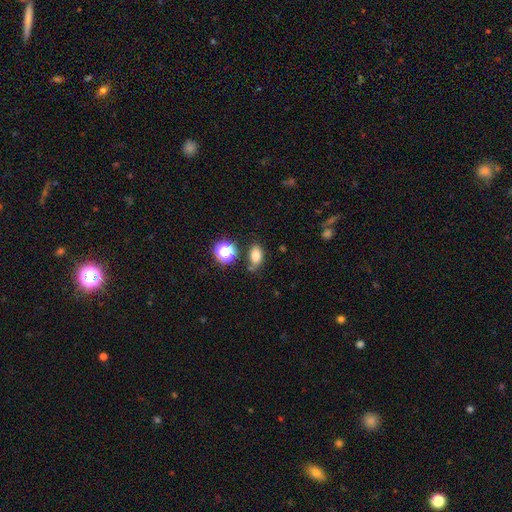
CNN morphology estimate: smooth 77%, star or artifact 13%, featured or disk 10%. Down the decision tree: how rounded — in between (82%); merging — none (73%).